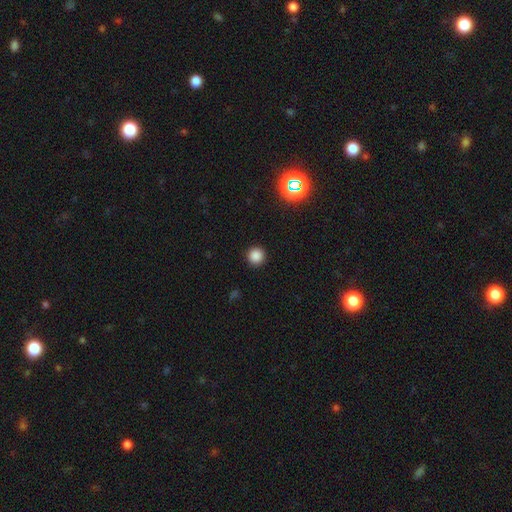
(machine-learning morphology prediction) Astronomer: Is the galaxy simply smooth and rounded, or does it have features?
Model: smooth — 84%.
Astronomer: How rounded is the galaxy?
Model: round — 96%.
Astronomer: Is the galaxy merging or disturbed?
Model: none — 92%.